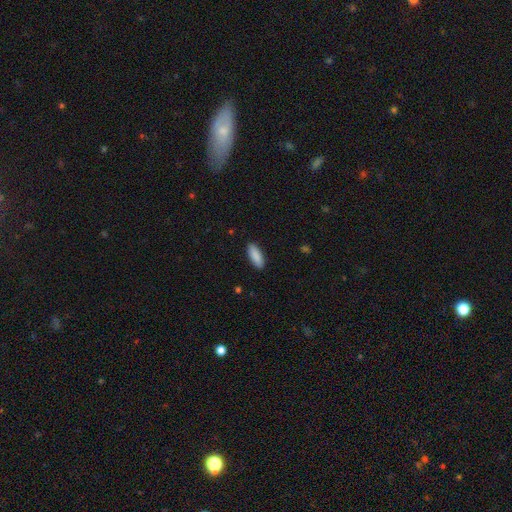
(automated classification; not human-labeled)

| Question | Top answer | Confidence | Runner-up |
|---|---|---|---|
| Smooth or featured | smooth | 90% | star or artifact (6%) |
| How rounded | in between | 72% | cigar-shaped (27%) |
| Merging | none | 90% | minor disturbance (7%) |